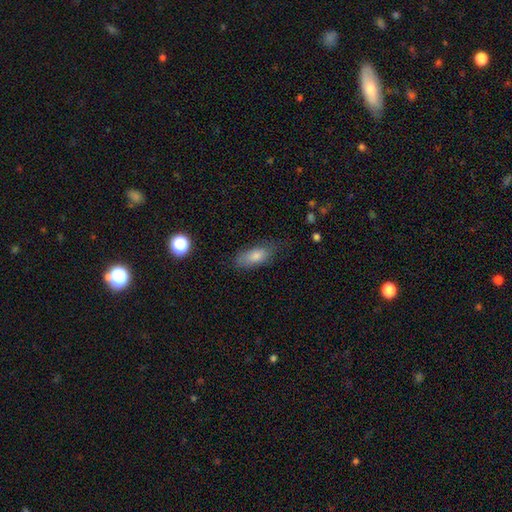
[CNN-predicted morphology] Smooth or featured?
  - smooth: 75% *
  - featured or disk: 15%
  - star or artifact: 10%
How rounded?
  - in between: 73% *
  - cigar-shaped: 22%
  - round: 4%
Merging?
  - none: 72% *
  - minor disturbance: 21%
  - major disturbance: 6%
  - merger: 2%